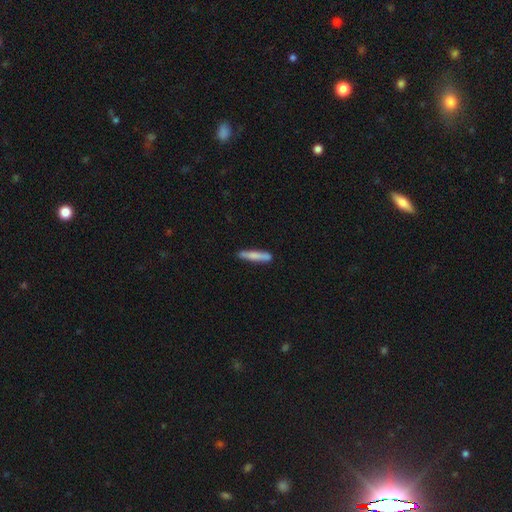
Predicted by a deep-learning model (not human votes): Smooth or featured? Predicted: smooth (p=0.77). How rounded? Predicted: cigar-shaped (p=0.92). Merging? Predicted: none (p=0.84).